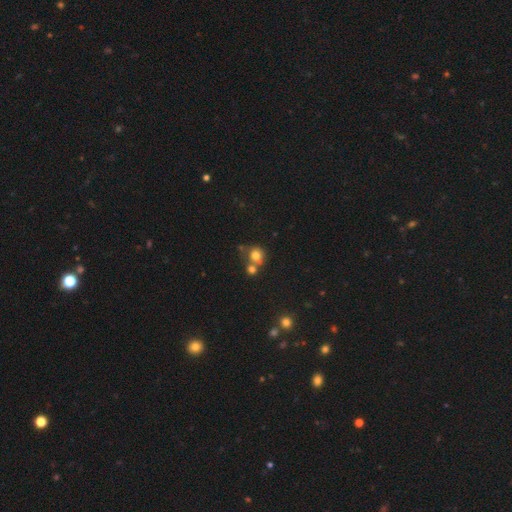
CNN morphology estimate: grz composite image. It shows a smooth galaxy with no disk features (75%) that is round (80%). Merging: none (44%).